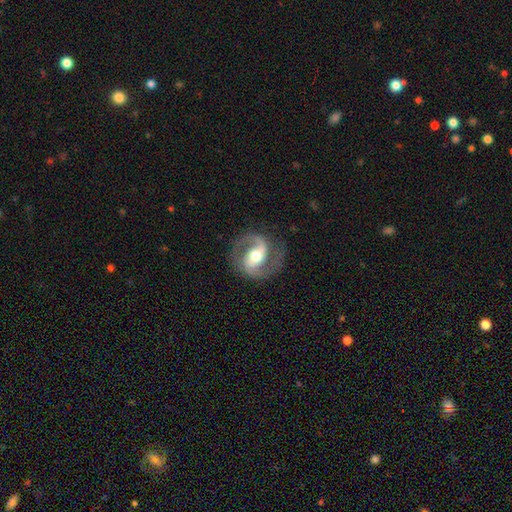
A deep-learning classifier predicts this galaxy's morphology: featured or disk 89%, smooth 7%, star or artifact 4%. Down the decision tree: edge-on disk — no (98%); bar — weak (40%); spiral arms — yes (96%); spiral arm count — 2 (90%); spiral winding — medium (58%); bulge size — moderate (69%); merging — none (77%).